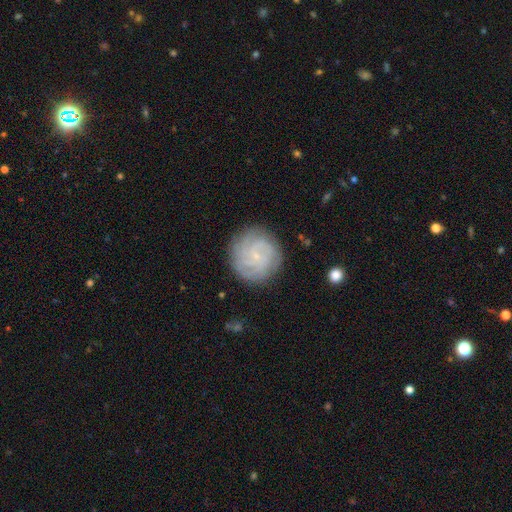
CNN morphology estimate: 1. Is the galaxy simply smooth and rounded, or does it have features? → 75% featured or disk, 18% smooth, 7% star or artifact.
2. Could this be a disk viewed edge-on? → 98% no, 2% yes.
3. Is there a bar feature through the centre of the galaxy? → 70% no, 26% weak, 4% strong.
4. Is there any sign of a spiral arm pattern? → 95% yes, 5% no.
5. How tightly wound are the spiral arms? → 68% tight, 26% medium, 6% loose.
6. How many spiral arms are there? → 28% can't tell, 22% 4, 22% 3, 12% 2, 9% more than 4, 7% 1.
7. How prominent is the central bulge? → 83% small, 8% none, 7% moderate, 1% large, 1% dominant.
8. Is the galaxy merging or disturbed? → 84% none, 12% minor disturbance, 4% major disturbance, 1% merger.